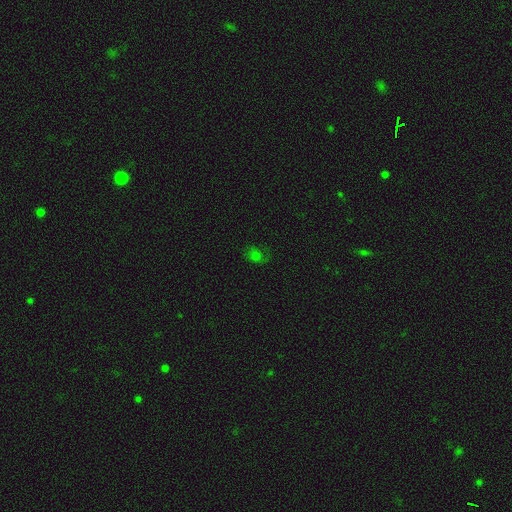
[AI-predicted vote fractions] A smooth galaxy with no disk features (56%) that is round (50%). Merging: none (60%).